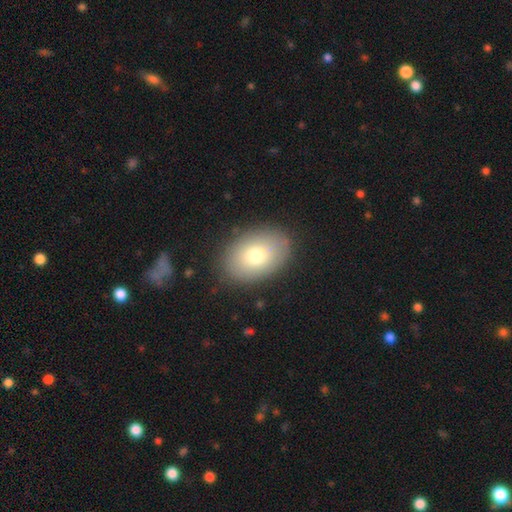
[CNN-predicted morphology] This appears to be a smooth galaxy with no disk features (74%) that is in between round and cigar-shaped (81%). Merging: none (85%).